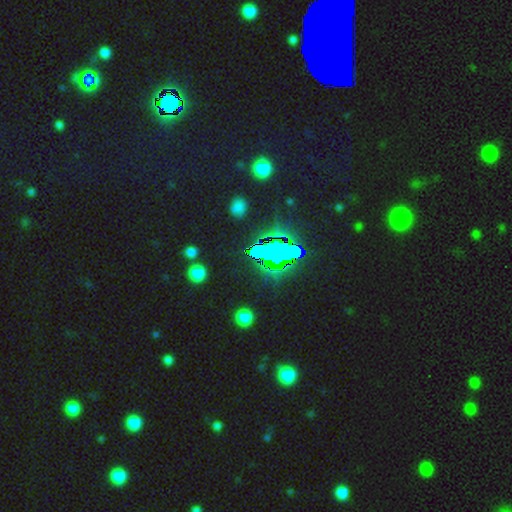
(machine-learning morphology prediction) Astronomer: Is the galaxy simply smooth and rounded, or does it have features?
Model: star or artifact — 78%.